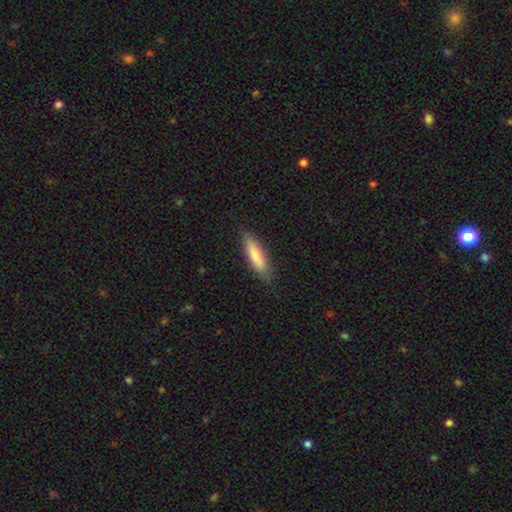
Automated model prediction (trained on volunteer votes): A smooth galaxy with no disk features (79%) that is cigar-shaped (68%).

Vote fractions:
- Smooth or featured? smooth: 79% / featured or disk: 16% / star or artifact: 5%
- How rounded? cigar-shaped: 68% / in between: 31% / round: 2%
- Merging? none: 83% / minor disturbance: 13% / major disturbance: 3% / merger: 1%